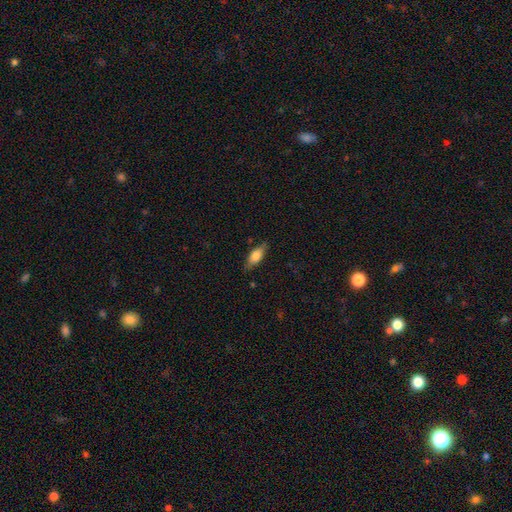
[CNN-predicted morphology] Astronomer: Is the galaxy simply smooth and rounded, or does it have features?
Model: smooth — 73%.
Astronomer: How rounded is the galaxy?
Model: in between — 78%.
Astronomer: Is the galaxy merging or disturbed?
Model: none — 77%.